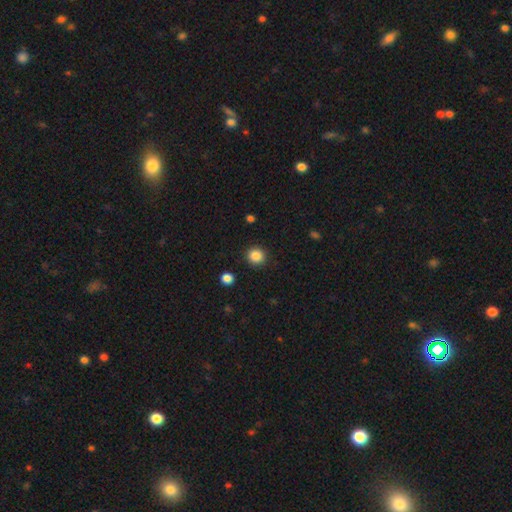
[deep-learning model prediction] Q: Smooth or featured?
A: smooth (87%); runner-up: star or artifact (10%)
Q: How rounded?
A: round (91%); runner-up: in between (8%)
Q: Merging?
A: none (91%); runner-up: minor disturbance (5%)